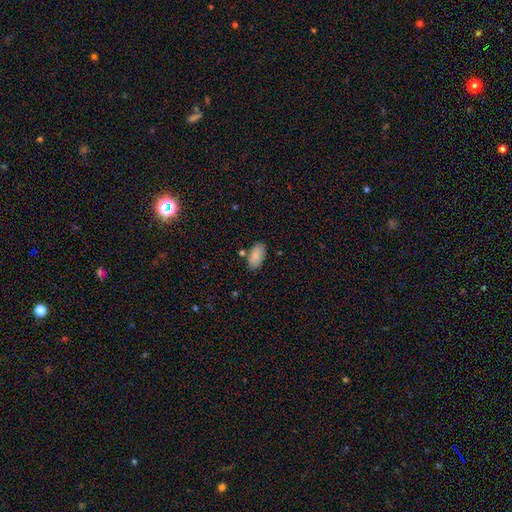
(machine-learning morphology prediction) smooth-or-featured: smooth: 87% | star or artifact: 7% | featured or disk: 6%
  how-rounded: in between: 95% | round: 3% | cigar-shaped: 2%
  merging: none: 77% | minor disturbance: 14% | merger: 6% | major disturbance: 3%